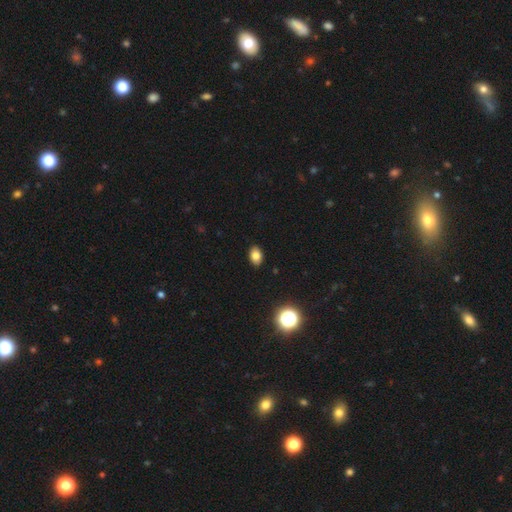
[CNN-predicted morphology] Overall: smooth (80%). How rounded: in between (82%). Merging: none (90%).